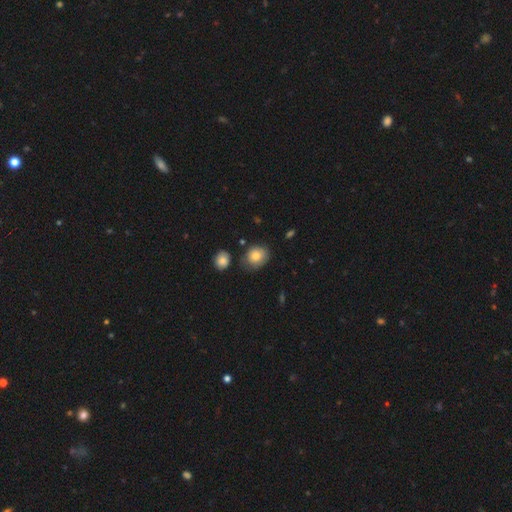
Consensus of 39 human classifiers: Q: Smooth or featured?
A: smooth (87%); runner-up: featured or disk (10%)
Q: How rounded?
A: round (62%); runner-up: in between (38%)
Q: Merging?
A: none (58%); runner-up: minor disturbance (29%)